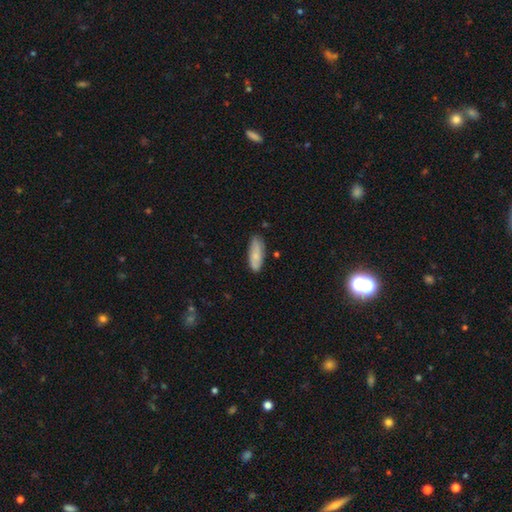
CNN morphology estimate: Smooth or featured?
  - smooth: 75% *
  - featured or disk: 19%
  - star or artifact: 6%
How rounded?
  - in between: 65% *
  - cigar-shaped: 33%
  - round: 2%
Merging?
  - none: 78% *
  - minor disturbance: 17%
  - major disturbance: 3%
  - merger: 2%